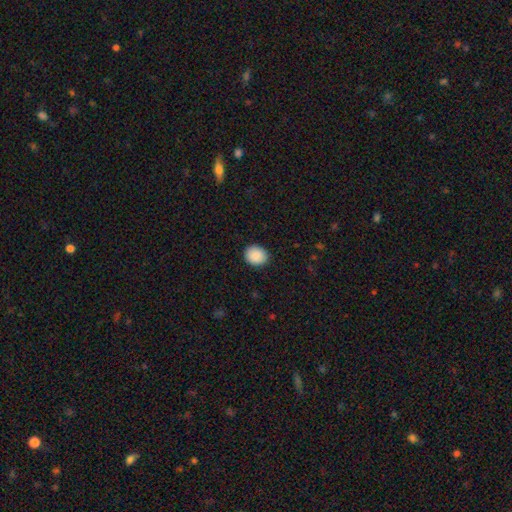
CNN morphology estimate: Q: Smooth or featured?
A: smooth (90%); runner-up: star or artifact (8%)
Q: How rounded?
A: round (64%); runner-up: in between (35%)
Q: Merging?
A: none (90%); runner-up: minor disturbance (7%)